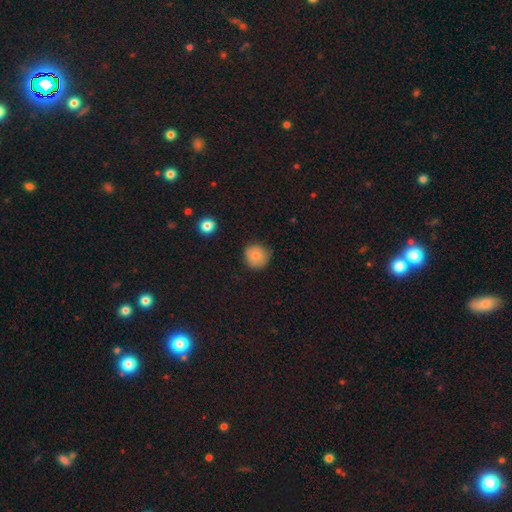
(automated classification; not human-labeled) smooth 80%, featured or disk 11%, star or artifact 10%. Down the decision tree: how rounded — round (92%); merging — none (80%).